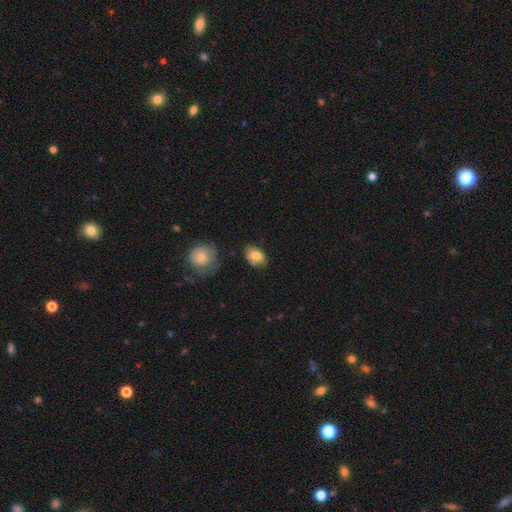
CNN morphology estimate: Smooth or featured? smooth (79%)
How rounded? in between (84%)
Merging? none (69%)